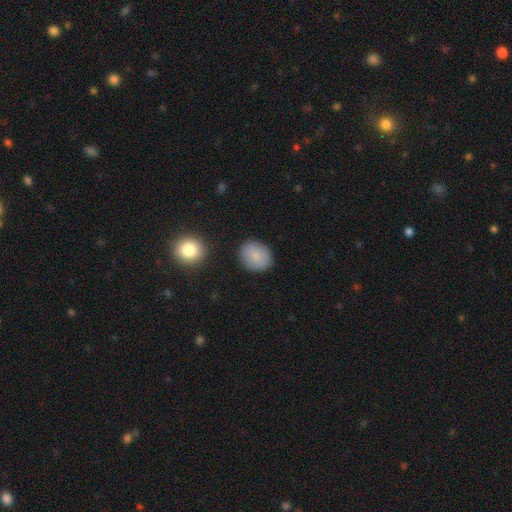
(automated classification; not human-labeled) Overall: smooth (85%). How rounded: round (67%; in between 32%). Merging: none (85%).